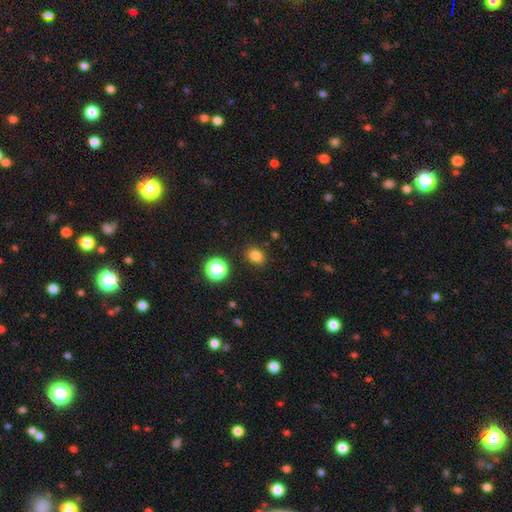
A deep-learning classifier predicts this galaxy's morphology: Smooth or featured?
  - smooth: 80% *
  - star or artifact: 14%
  - featured or disk: 5%
How rounded?
  - round: 51% *
  - in between: 48%
  - cigar-shaped: 1%
Merging?
  - none: 87% *
  - minor disturbance: 8%
  - major disturbance: 3%
  - merger: 2%